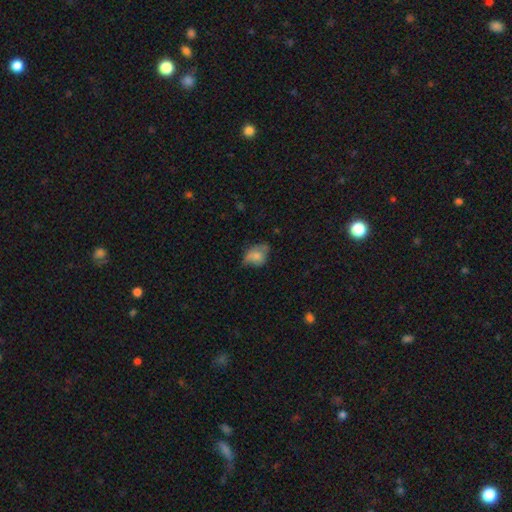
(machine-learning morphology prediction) smooth_or_featured: smooth (p=0.69) [alt: featured or disk p=0.22]
how_rounded: in between (p=0.70) [alt: round p=0.28]
merging: none (p=0.41) [alt: minor disturbance p=0.39]